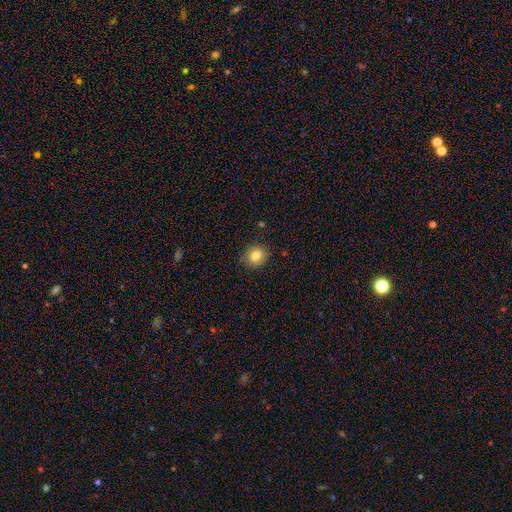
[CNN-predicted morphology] smooth 82%, star or artifact 10%, featured or disk 8%. Down the decision tree: how rounded — round (76%); merging — none (86%).